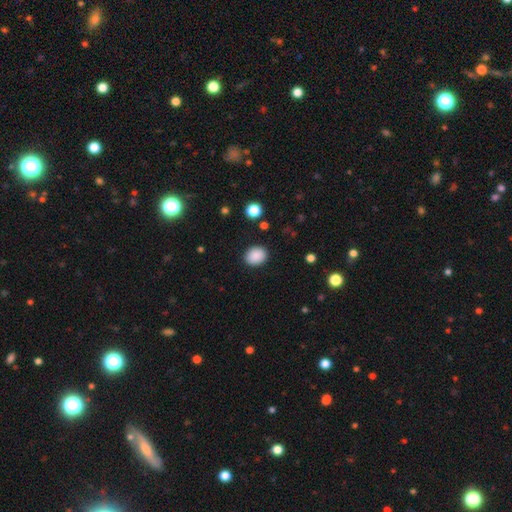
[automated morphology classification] type=smooth (88%); roundness=round (54%); merging=none (89%).